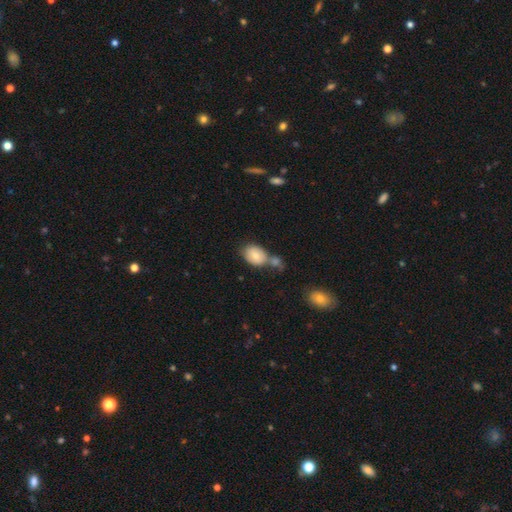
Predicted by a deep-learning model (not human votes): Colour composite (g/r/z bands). It shows a smooth galaxy with no disk features (77%) that is in between round and cigar-shaped (71%). Merging: none (40%, tied with merger).